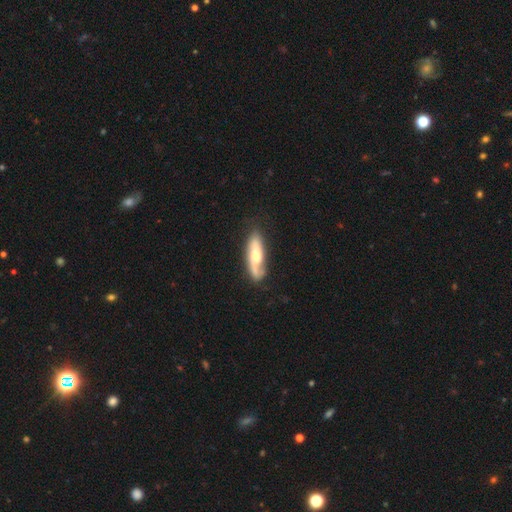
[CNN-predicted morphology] smooth-or-featured: featured or disk: 56% | smooth: 39% | star or artifact: 5%
  disk-edge-on: no: 70% | yes: 30%
  merging: none: 64% | minor disturbance: 23% | major disturbance: 9% | merger: 4%